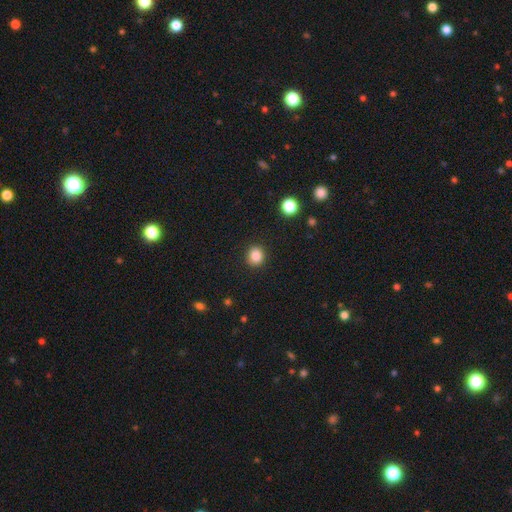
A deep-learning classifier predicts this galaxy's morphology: smooth 85%, star or artifact 11%, featured or disk 4%. Down the decision tree: how rounded — round (84%); merging — none (91%).